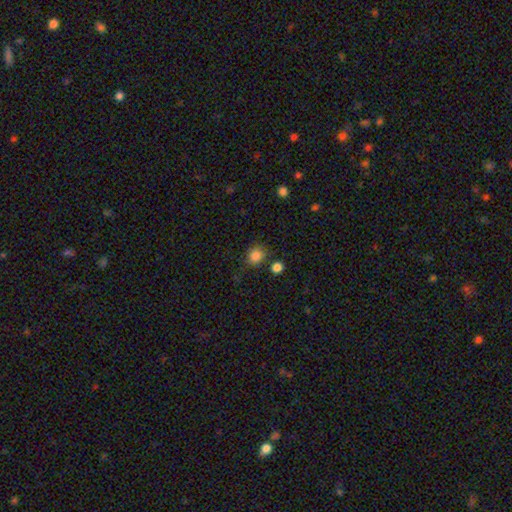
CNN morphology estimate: Smooth or featured: smooth — 84% (star or artifact — 11%)
How rounded: round — 76% (in between — 23%)
Merging: none — 76% (minor disturbance — 14%)